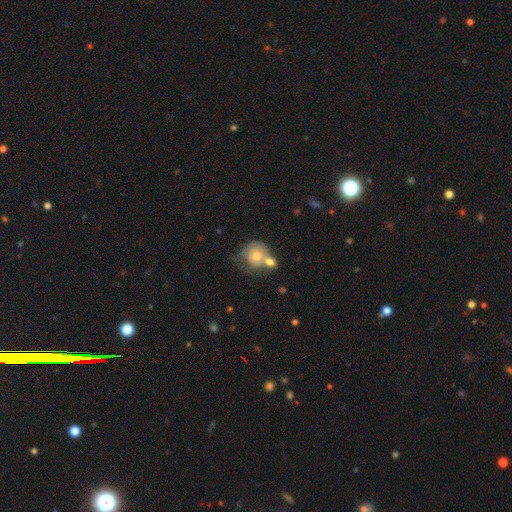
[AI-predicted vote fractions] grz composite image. It shows a smooth galaxy with no disk features (66%) that is round (77%). Merging: merger (45%).